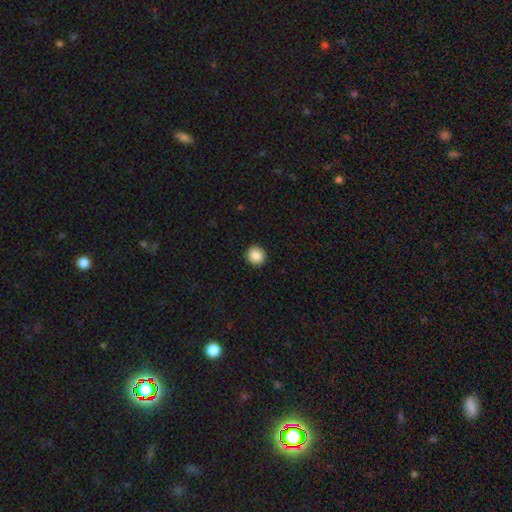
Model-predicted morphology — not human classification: Smooth or featured?
  - smooth: 88% *
  - star or artifact: 8%
  - featured or disk: 3%
How rounded?
  - round: 87% *
  - in between: 12%
  - cigar-shaped: 1%
Merging?
  - none: 92% *
  - minor disturbance: 5%
  - major disturbance: 2%
  - merger: 1%